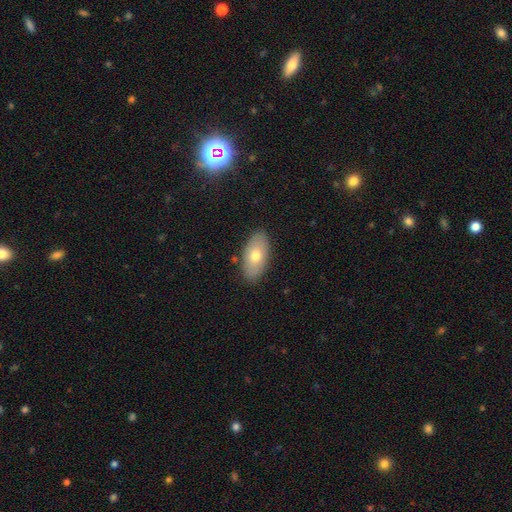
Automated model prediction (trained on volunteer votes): Overall: smooth (68%). How rounded: in between (92%). Merging: none (86%).